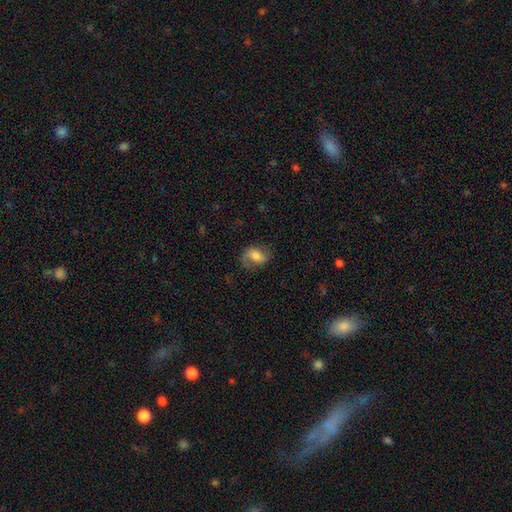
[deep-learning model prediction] Smooth or featured? smooth (55%)
How rounded? in between (78%)
Merging? none (60%)